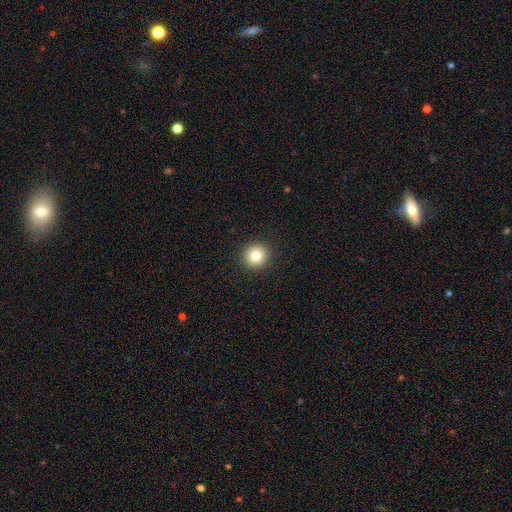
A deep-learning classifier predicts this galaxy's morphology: Smooth or featured?
  - smooth: 82% *
  - star or artifact: 11%
  - featured or disk: 8%
How rounded?
  - round: 94% *
  - in between: 5%
  - cigar-shaped: 1%
Merging?
  - none: 92% *
  - minor disturbance: 5%
  - major disturbance: 2%
  - merger: 1%